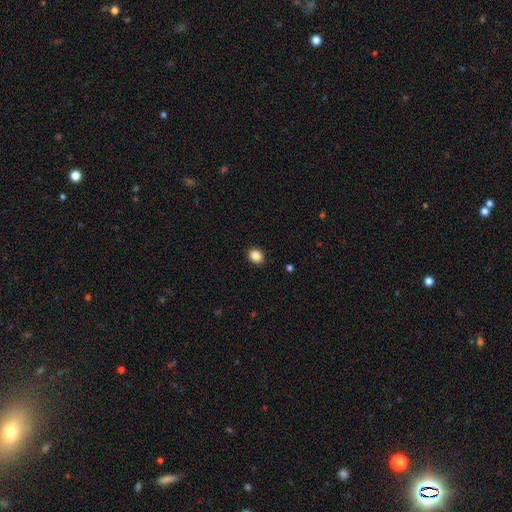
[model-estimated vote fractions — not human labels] Overall: smooth (87%). How rounded: round (66%; in between 34%). Merging: none (90%).